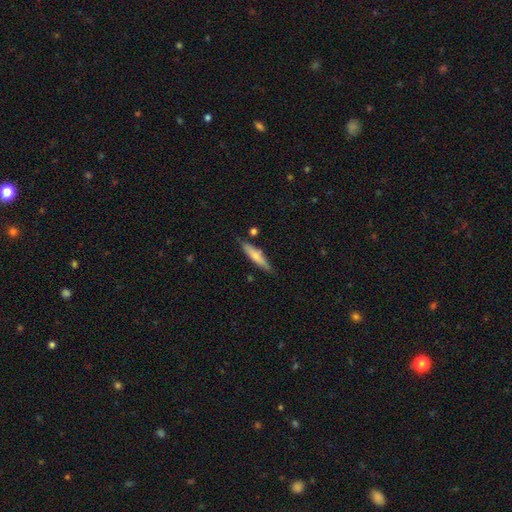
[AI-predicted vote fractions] A smooth galaxy with no disk features (60%) that is cigar-shaped (83%).

Vote fractions:
- Smooth or featured? smooth: 60% / featured or disk: 34% / star or artifact: 6%
- How rounded? cigar-shaped: 83% / in between: 15% / round: 2%
- Merging? none: 80% / minor disturbance: 14% / merger: 4% / major disturbance: 3%